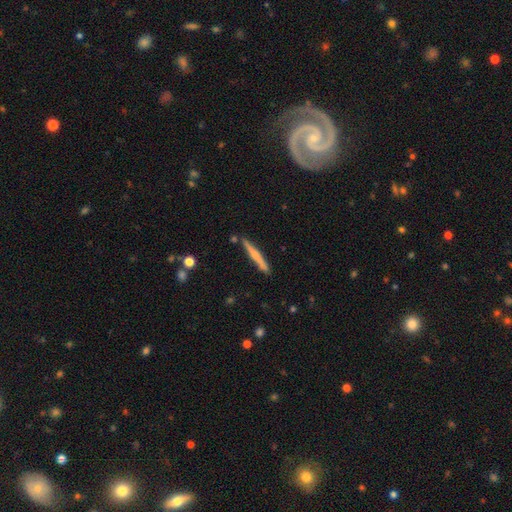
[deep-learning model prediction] This appears to be a featured or disk galaxy (54%) viewed edge-on (97%) with a rounded central bulge (66%). Merging: none (87%).